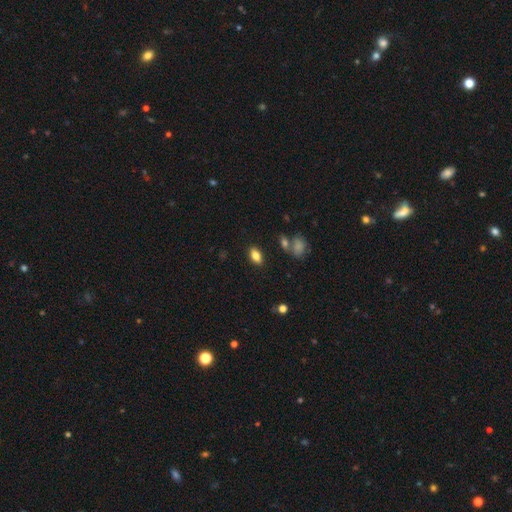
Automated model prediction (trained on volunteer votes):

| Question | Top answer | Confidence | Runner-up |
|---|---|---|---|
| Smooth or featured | smooth | 80% | featured or disk (11%) |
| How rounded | in between | 88% | round (7%) |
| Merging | none | 85% | minor disturbance (9%) |